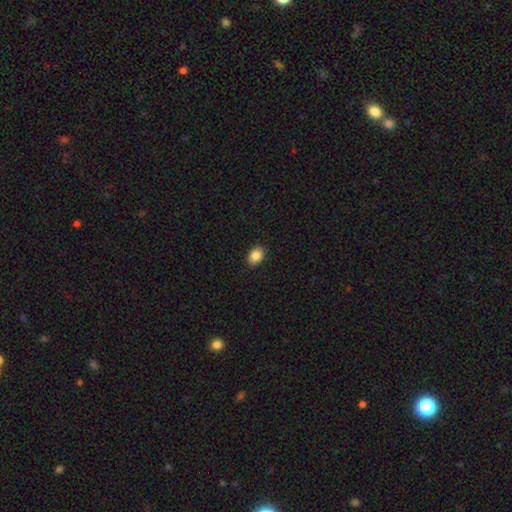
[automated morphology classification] This is clearly a smooth galaxy (86%). How rounded: likely in between (69%). Merging: clearly none (90%).